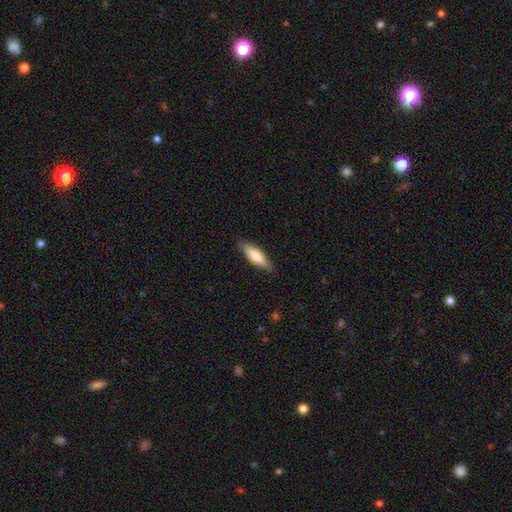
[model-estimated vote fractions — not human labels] Q: Smooth or featured?
A: smooth (71%); runner-up: featured or disk (24%)
Q: How rounded?
A: cigar-shaped (55%); runner-up: in between (43%)
Q: Merging?
A: none (87%); runner-up: minor disturbance (10%)